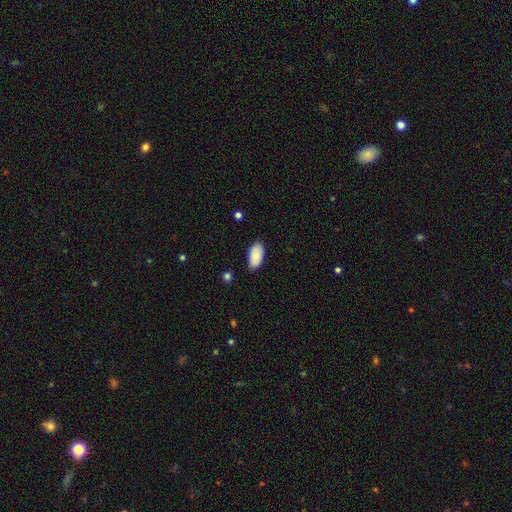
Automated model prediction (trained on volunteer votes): smooth_or_featured: smooth (p=0.83) [alt: featured or disk p=0.11]
how_rounded: in between (p=0.95) [alt: round p=0.03]
merging: none (p=0.85) [alt: minor disturbance p=0.12]